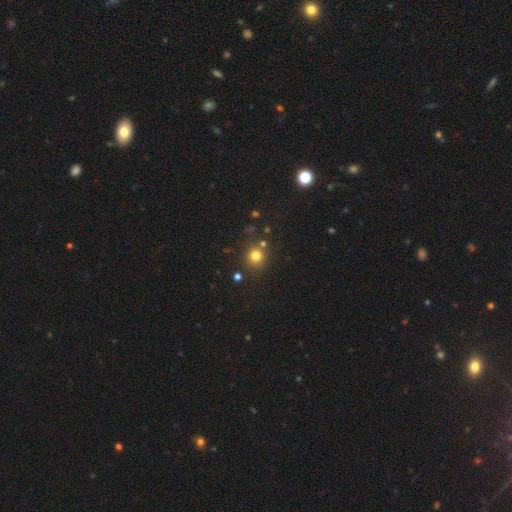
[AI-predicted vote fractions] smooth-or-featured: smooth: 78% | star or artifact: 15% | featured or disk: 7%
  how-rounded: round: 89% | in between: 10% | cigar-shaped: 1%
  merging: none: 79% | minor disturbance: 9% | merger: 8% | major disturbance: 3%